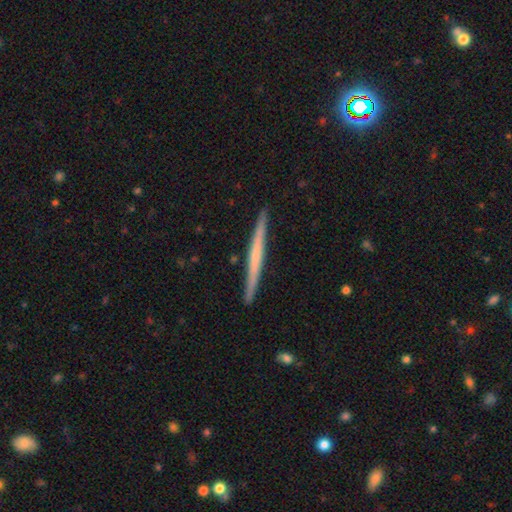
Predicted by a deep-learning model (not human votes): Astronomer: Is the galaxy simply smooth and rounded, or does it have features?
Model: featured or disk — 56% (runner-up: smooth, 39%).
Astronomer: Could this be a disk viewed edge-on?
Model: yes — 98%.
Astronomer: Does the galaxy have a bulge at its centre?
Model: none — 81%.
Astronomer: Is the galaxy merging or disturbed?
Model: none — 91%.